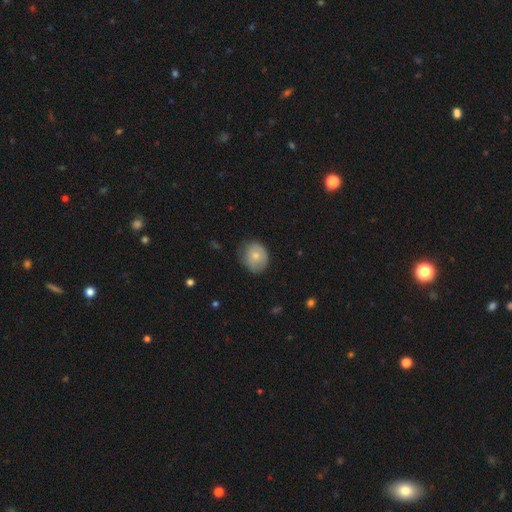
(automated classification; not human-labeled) smooth 73%, featured or disk 19%, star or artifact 8%. Down the decision tree: how rounded — round (67%); merging — none (65%).